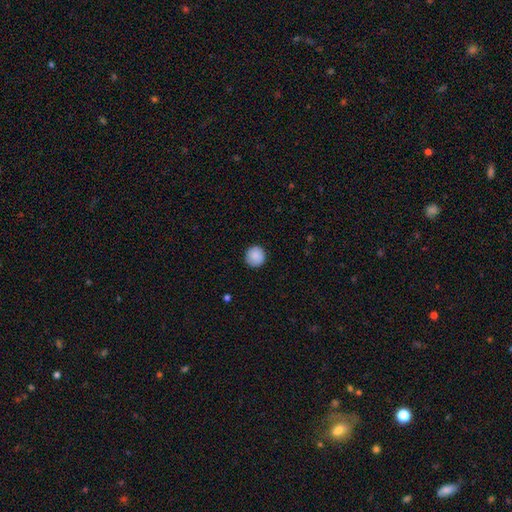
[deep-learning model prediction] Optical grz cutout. It shows a smooth galaxy with no disk features (89%) that is round (94%). Merging: none (91%).